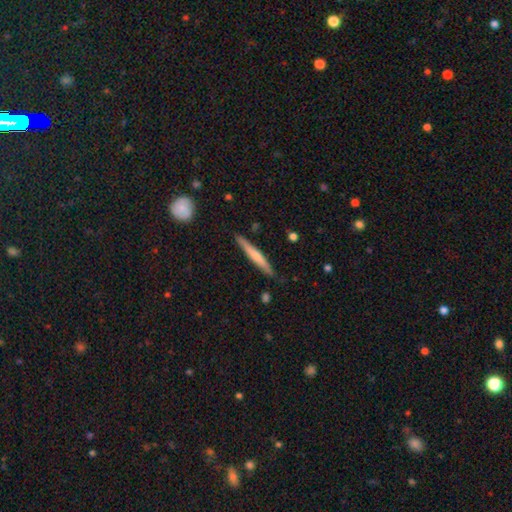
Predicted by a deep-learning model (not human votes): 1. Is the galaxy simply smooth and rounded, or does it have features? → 54% smooth, 41% featured or disk, 5% star or artifact.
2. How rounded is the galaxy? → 95% cigar-shaped, 3% in between, 1% round.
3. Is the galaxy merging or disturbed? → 87% none, 10% minor disturbance, 2% major disturbance, 1% merger.